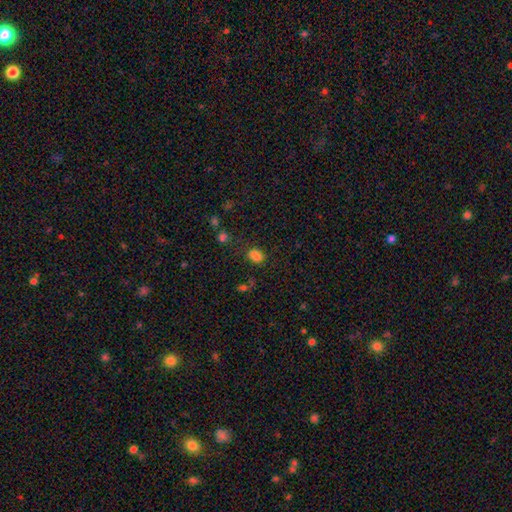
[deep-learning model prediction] Overall: smooth (75%). How rounded: in between (65%; round 33%). Merging: none (58%; minor disturbance 19%).